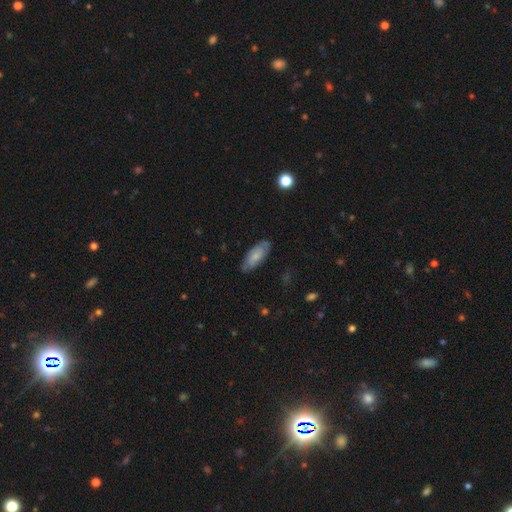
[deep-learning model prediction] Smooth or featured? Predicted: smooth (p=0.52). How rounded? Predicted: in between (p=0.81). Merging? Predicted: none (p=0.78).